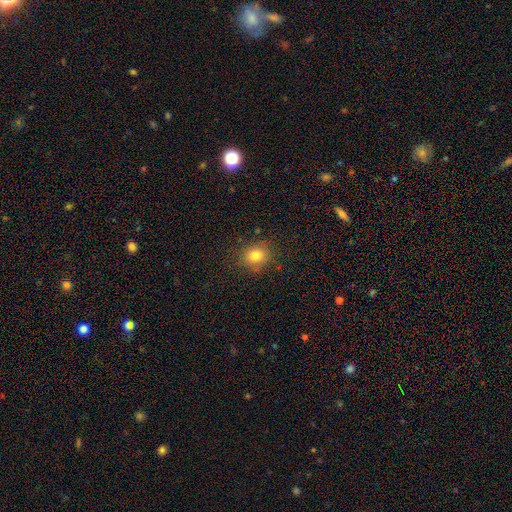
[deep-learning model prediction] smooth-or-featured: smooth: 80% | star or artifact: 12% | featured or disk: 7%
  how-rounded: round: 70% | in between: 29% | cigar-shaped: 1%
  merging: none: 83% | minor disturbance: 12% | major disturbance: 4% | merger: 1%